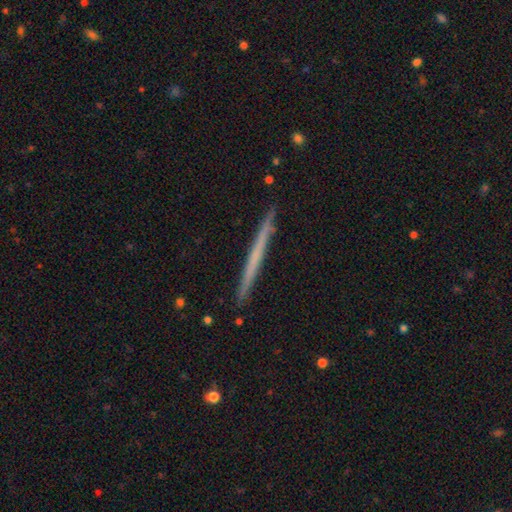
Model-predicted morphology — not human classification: This is possibly a featured or disk galaxy (48%). Merging: clearly none (92%).